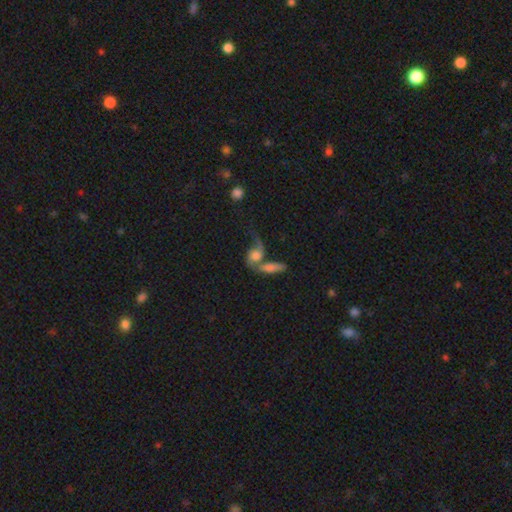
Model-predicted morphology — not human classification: Smooth or featured?
  - featured or disk: 54% *
  - smooth: 37%
  - star or artifact: 10%
Edge-on disk?
  - no: 92% *
  - yes: 8%
Merging?
  - merger: 60% *
  - none: 18%
  - major disturbance: 14%
  - minor disturbance: 9%